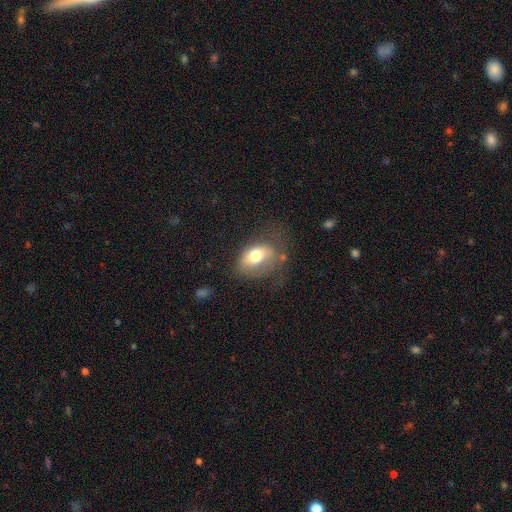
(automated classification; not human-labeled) This is likely a smooth galaxy (68%). How rounded: likely in between (78%). Merging: marginally none (43%).